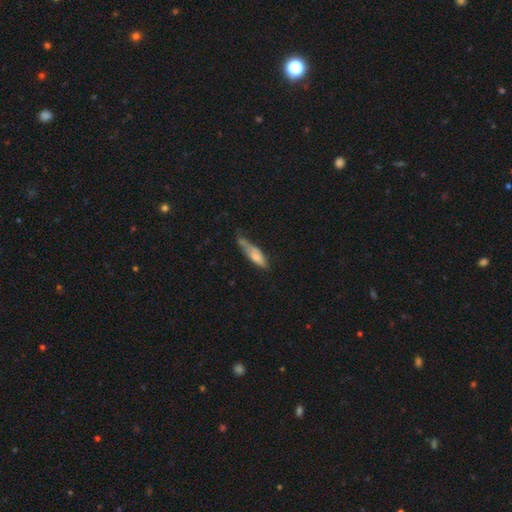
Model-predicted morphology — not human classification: smooth 67%, featured or disk 26%, star or artifact 7%. Down the decision tree: how rounded — cigar-shaped (57%); merging — minor disturbance (40%).